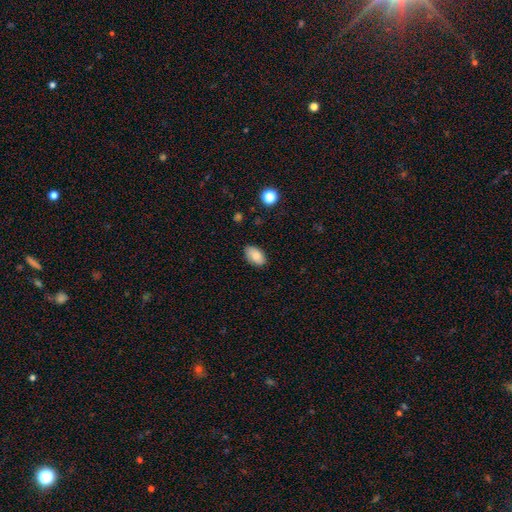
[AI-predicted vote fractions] Smooth or featured: smooth — 82% (featured or disk — 11%)
How rounded: in between — 93% (round — 5%)
Merging: none — 84% (minor disturbance — 13%)